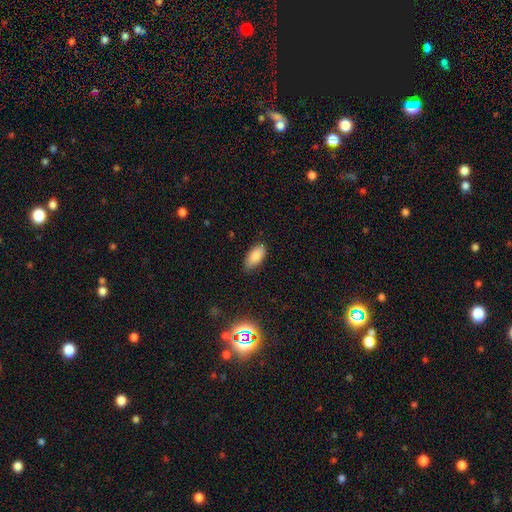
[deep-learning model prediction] This is clearly a smooth galaxy (84%). How rounded: clearly in between (91%). Merging: clearly none (80%).